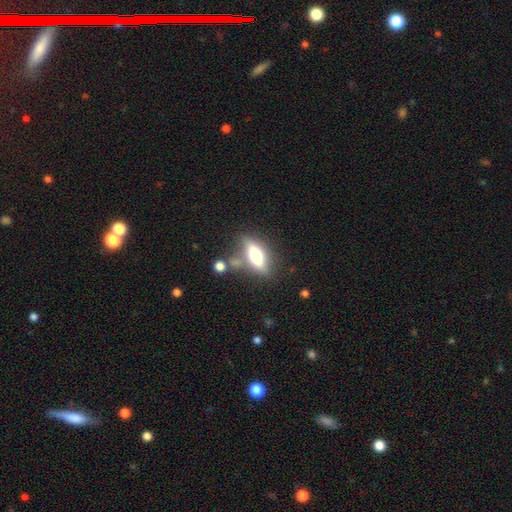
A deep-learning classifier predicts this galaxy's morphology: A smooth galaxy with no disk features (53%) that is in between round and cigar-shaped (63%). Merging: none (64%).